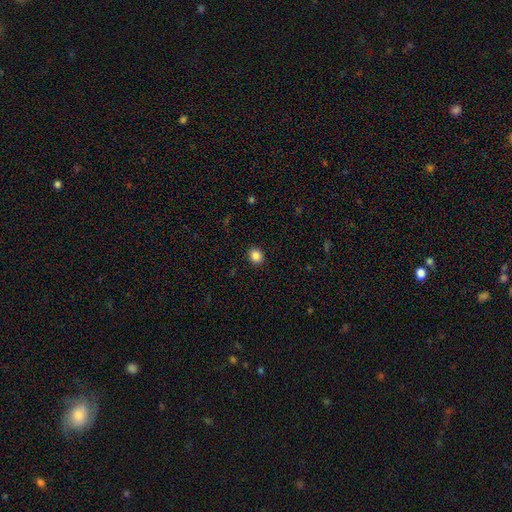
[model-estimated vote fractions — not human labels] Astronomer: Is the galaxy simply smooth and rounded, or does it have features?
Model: smooth — 87%.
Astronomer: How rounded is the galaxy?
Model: round — 65%.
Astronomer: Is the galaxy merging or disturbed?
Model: none — 91%.